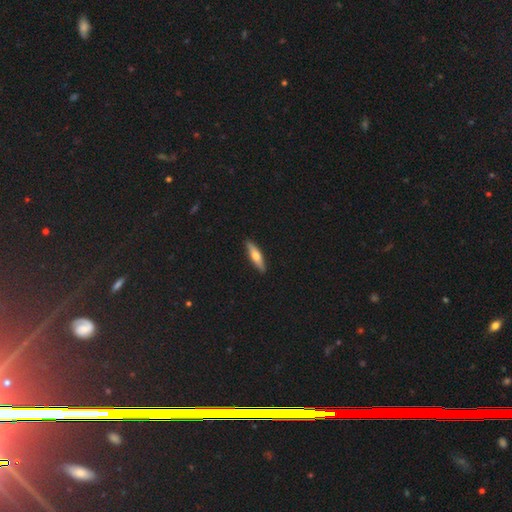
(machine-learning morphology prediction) This is possibly a smooth galaxy (51%). How rounded: likely cigar-shaped (74%). Merging: clearly none (91%).